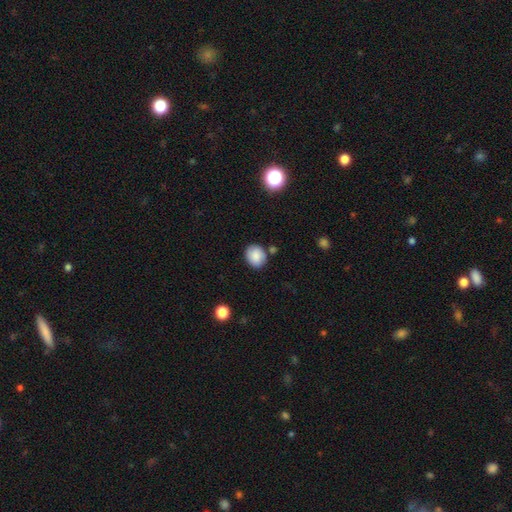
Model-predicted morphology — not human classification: Smooth or featured?
  - smooth: 86% *
  - star or artifact: 8%
  - featured or disk: 6%
How rounded?
  - round: 62% *
  - in between: 37%
  - cigar-shaped: 1%
Merging?
  - none: 78% *
  - minor disturbance: 13%
  - merger: 6%
  - major disturbance: 3%